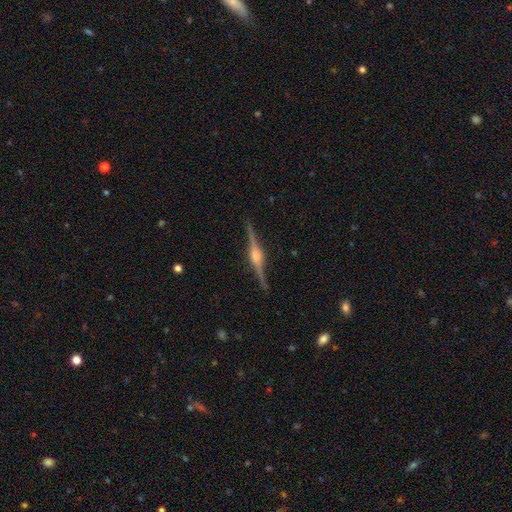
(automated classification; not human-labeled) A featured or disk galaxy (89%) viewed edge-on (98%) with a rounded central bulge (90%). Merging: none (90%).